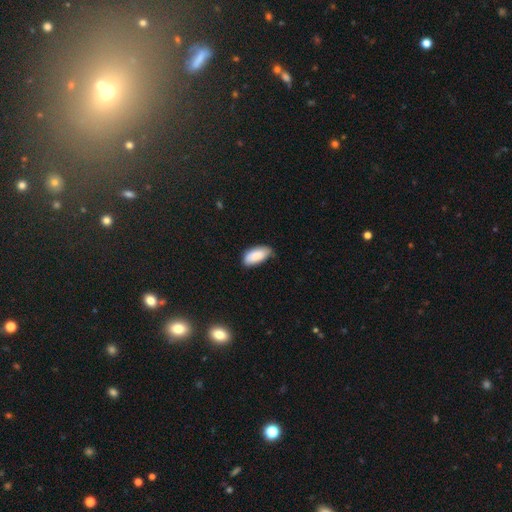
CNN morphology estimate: A smooth galaxy with no disk features (87%) that is in between round and cigar-shaped (92%). Merging: none (65%).